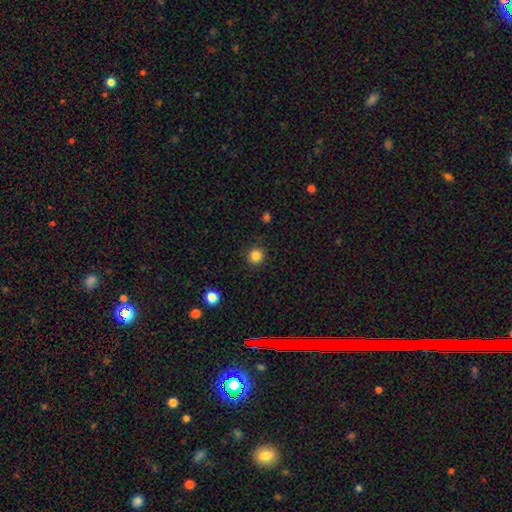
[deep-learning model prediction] Morphology: type=smooth (84%); roundness=round (93%); merging=none (90%).